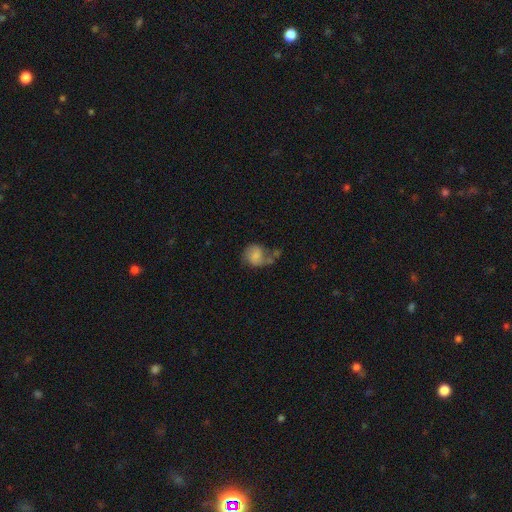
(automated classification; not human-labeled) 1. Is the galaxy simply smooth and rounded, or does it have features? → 56% smooth, 35% featured or disk, 9% star or artifact.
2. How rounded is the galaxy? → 65% round, 34% in between, 1% cigar-shaped.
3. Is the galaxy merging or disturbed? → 32% none, 24% major disturbance, 23% minor disturbance, 21% merger.